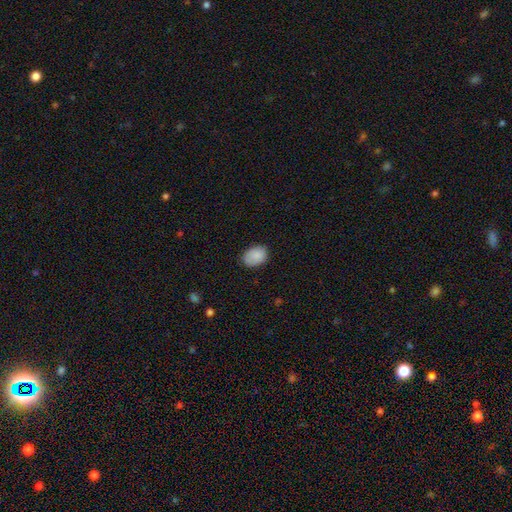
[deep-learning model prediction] A smooth galaxy with no disk features (87%) that is in between round and cigar-shaped (75%). Merging: none (79%).